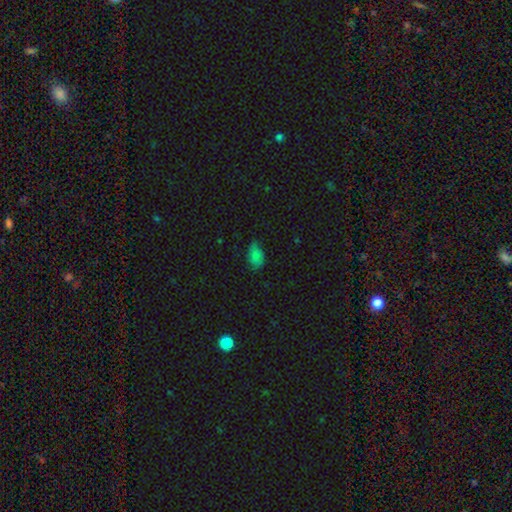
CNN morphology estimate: Smooth or featured: smooth — 78% (star or artifact — 12%)
How rounded: in between — 91% (round — 7%)
Merging: none — 61% (minor disturbance — 31%)